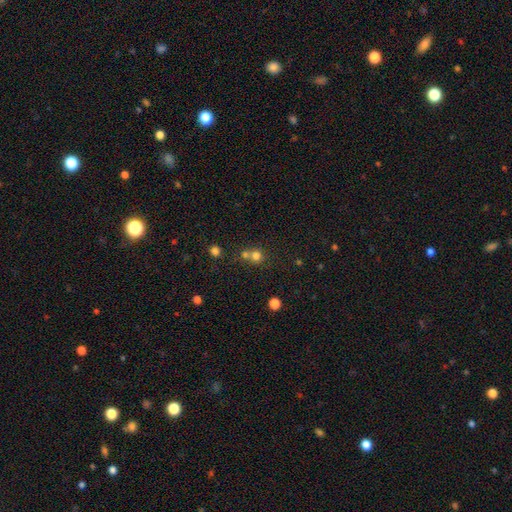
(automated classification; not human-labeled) Smooth or featured? Predicted: smooth (p=0.75). How rounded? Predicted: round (p=0.87). Merging? Predicted: none (p=0.47).